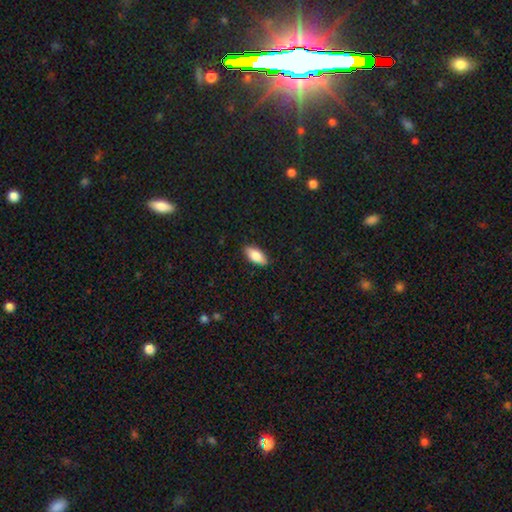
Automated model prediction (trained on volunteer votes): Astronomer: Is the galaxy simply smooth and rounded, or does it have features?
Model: smooth — 81%.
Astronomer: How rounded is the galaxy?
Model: in between — 86%.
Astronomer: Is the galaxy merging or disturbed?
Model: none — 88%.